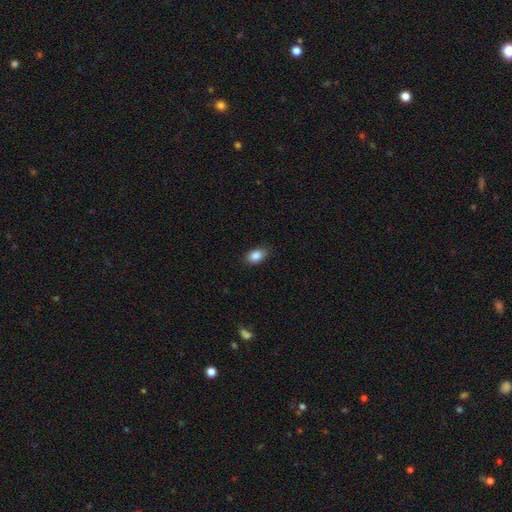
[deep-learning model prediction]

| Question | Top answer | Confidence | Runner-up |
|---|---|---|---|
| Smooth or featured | smooth | 86% | star or artifact (8%) |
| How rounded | in between | 84% | round (14%) |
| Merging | none | 81% | minor disturbance (15%) |